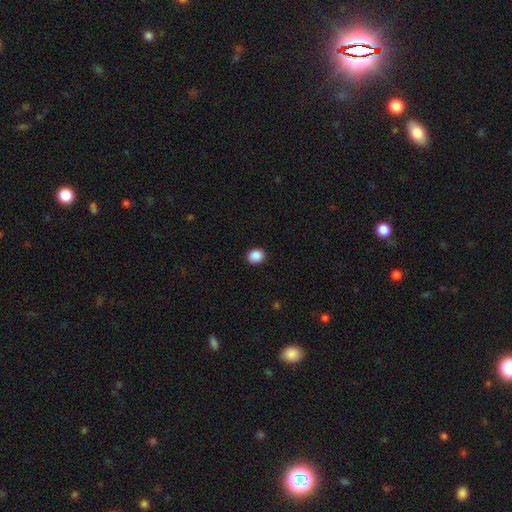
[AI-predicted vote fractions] Smooth or featured?
  - smooth: 89% *
  - star or artifact: 9%
  - featured or disk: 2%
How rounded?
  - round: 64% *
  - in between: 35%
  - cigar-shaped: 1%
Merging?
  - none: 91% *
  - minor disturbance: 6%
  - major disturbance: 2%
  - merger: 1%